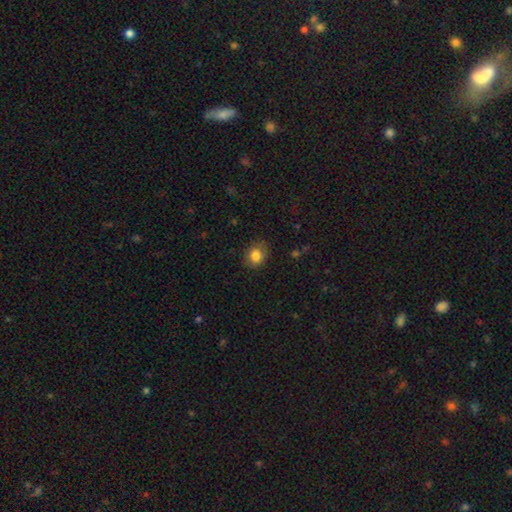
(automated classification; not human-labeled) This appears to be a smooth galaxy with no disk features (84%) that is round (58%). Merging: none (81%).